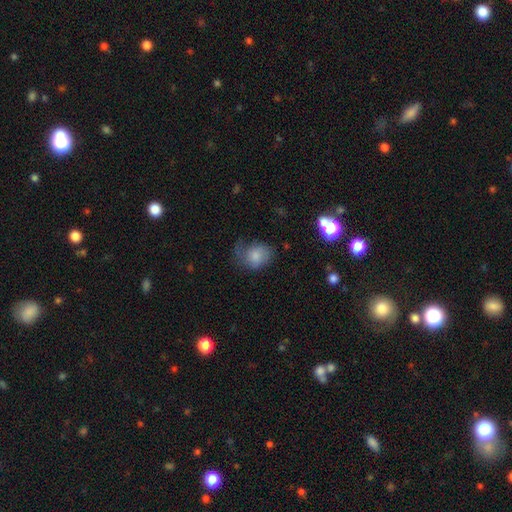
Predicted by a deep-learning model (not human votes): Smooth or featured? Predicted: smooth (p=0.72). How rounded? Predicted: in between (p=0.51). Merging? Predicted: none (p=0.39).